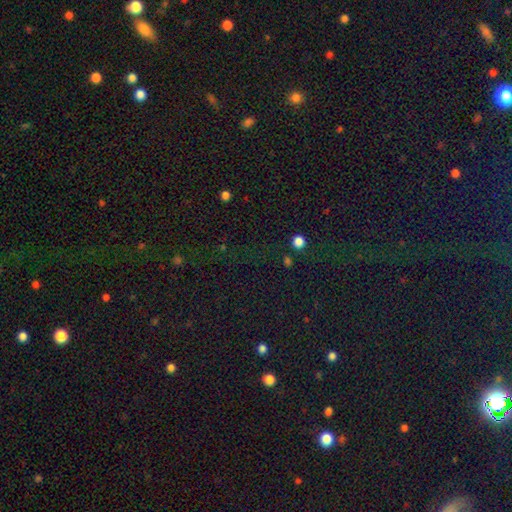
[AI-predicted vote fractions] A star or artifact, not a galaxy (73%).